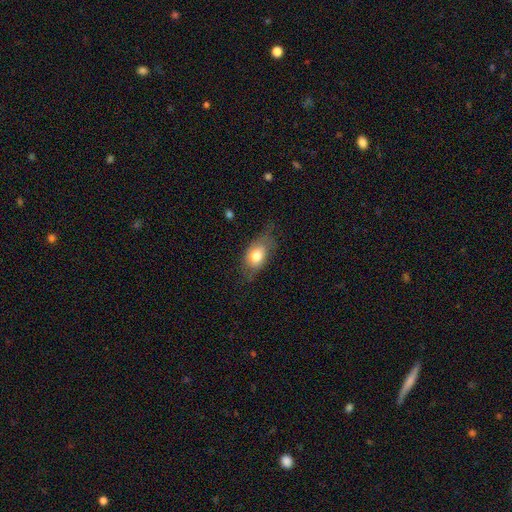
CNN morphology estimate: Overall: smooth (73%). How rounded: in between (83%). Merging: none (55%; minor disturbance 30%).